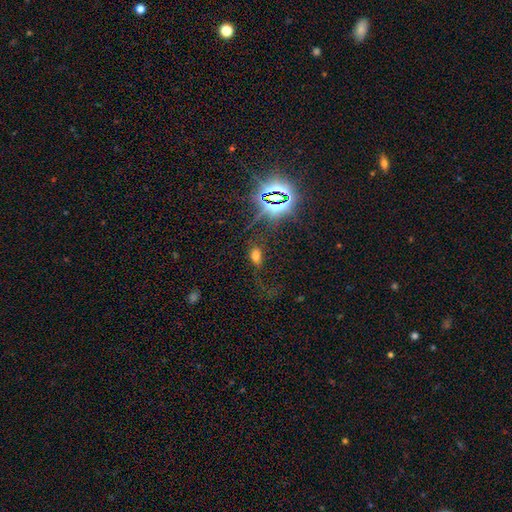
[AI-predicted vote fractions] Overall: smooth (59%; star or artifact 29%). How rounded: in between (88%). Merging: none (67%).